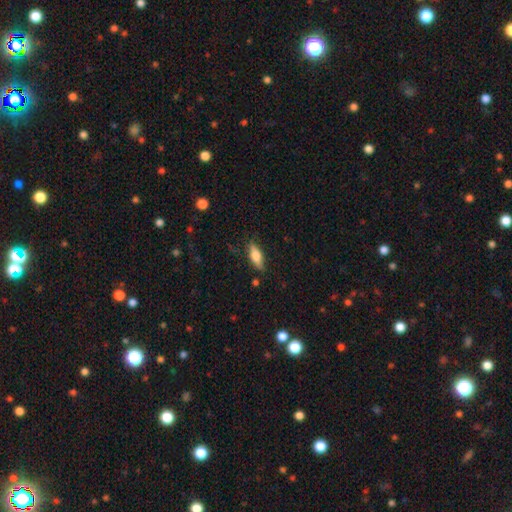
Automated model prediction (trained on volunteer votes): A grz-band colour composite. It shows a smooth galaxy with no disk features (71%) that is in between round and cigar-shaped (66%). Merging: none (78%).